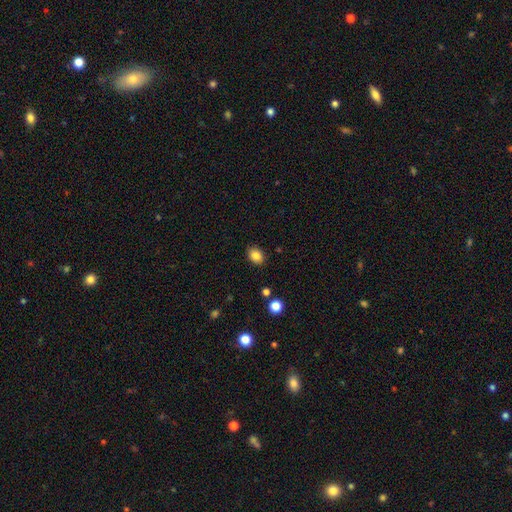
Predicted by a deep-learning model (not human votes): Smooth or featured?
  - smooth: 85% *
  - star or artifact: 10%
  - featured or disk: 5%
How rounded?
  - in between: 64% *
  - round: 35%
  - cigar-shaped: 1%
Merging?
  - none: 87% *
  - minor disturbance: 9%
  - major disturbance: 2%
  - merger: 2%